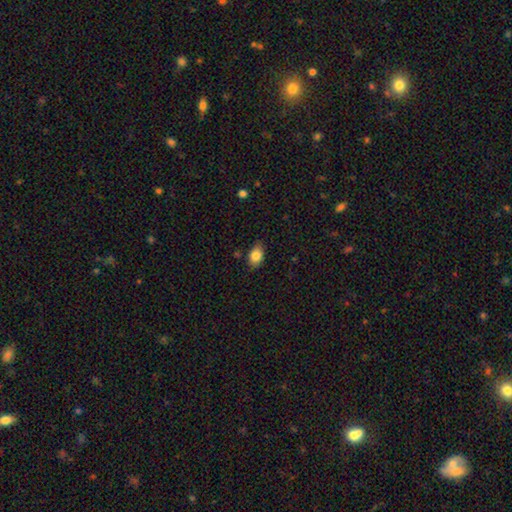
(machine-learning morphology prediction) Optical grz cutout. It shows a smooth galaxy with no disk features (84%) that is in between round and cigar-shaped (84%). Merging: none (81%).